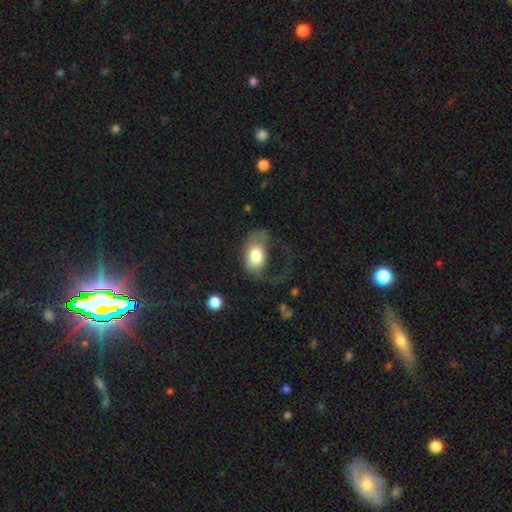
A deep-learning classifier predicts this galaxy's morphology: This appears to be a smooth galaxy with no disk features (67%) that is in between round and cigar-shaped (83%). Merging: major disturbance (57%).